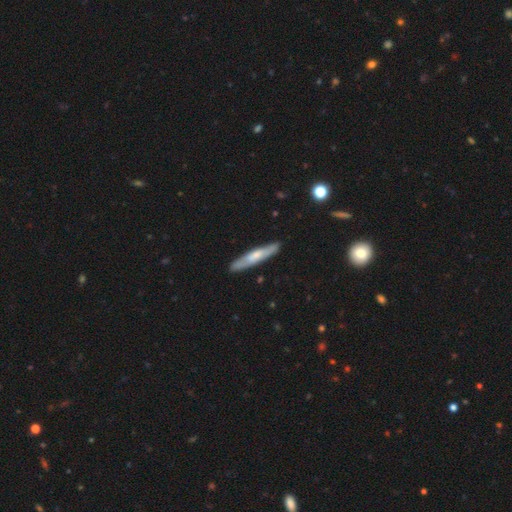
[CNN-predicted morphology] smooth_or_featured: smooth (p=0.51) [alt: featured or disk p=0.44]
how_rounded: cigar-shaped (p=0.91) [alt: in between p=0.08]
merging: none (p=0.87) [alt: minor disturbance p=0.10]